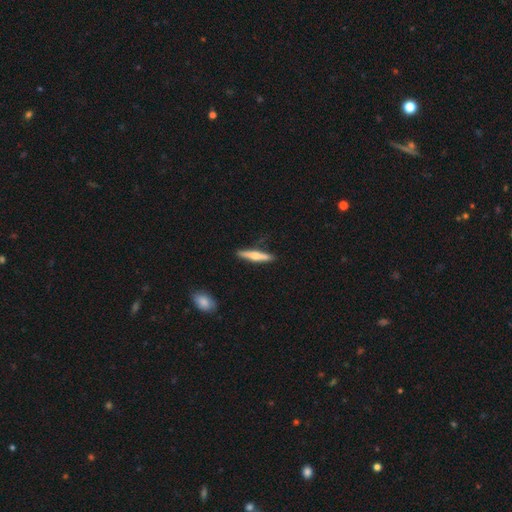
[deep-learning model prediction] Q: Smooth or featured?
A: featured or disk (51%); runner-up: smooth (44%)
Q: Edge-on disk?
A: yes (96%); runner-up: no (4%)
Q: Merging?
A: none (88%); runner-up: minor disturbance (9%)